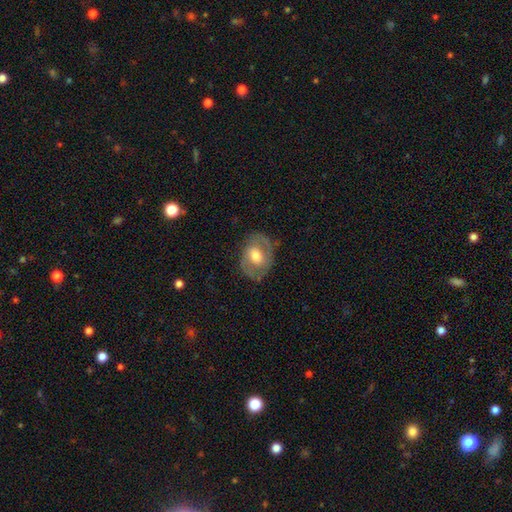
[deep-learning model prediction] featured or disk 55%, smooth 39%, star or artifact 6%. Down the decision tree: edge-on disk — no (95%); bar — no (50%); spiral arms — yes (58%); bulge size — moderate (65%); merging — none (72%).